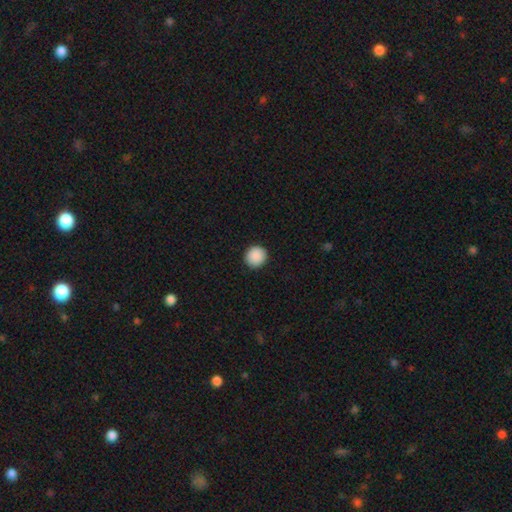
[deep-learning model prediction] Overall: smooth (90%). How rounded: round (94%). Merging: none (93%).